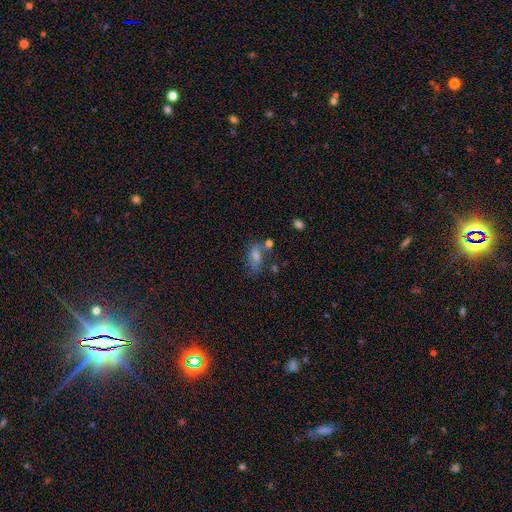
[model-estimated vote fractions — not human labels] smooth_or_featured: smooth (p=0.44) [alt: featured or disk p=0.32]
merging: none (p=0.54) [alt: minor disturbance p=0.20]